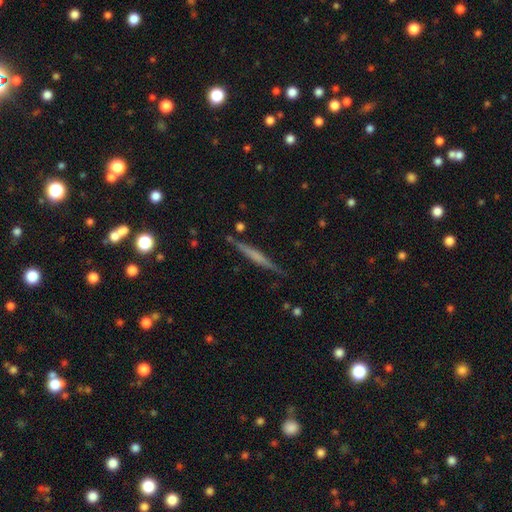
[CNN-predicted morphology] Smooth or featured: featured or disk — 58% (smooth — 35%)
Edge-on disk: yes — 97% (no — 3%)
Edge-on bulge: none — 55% (rounded — 26%)
Merging: none — 85% (minor disturbance — 11%)